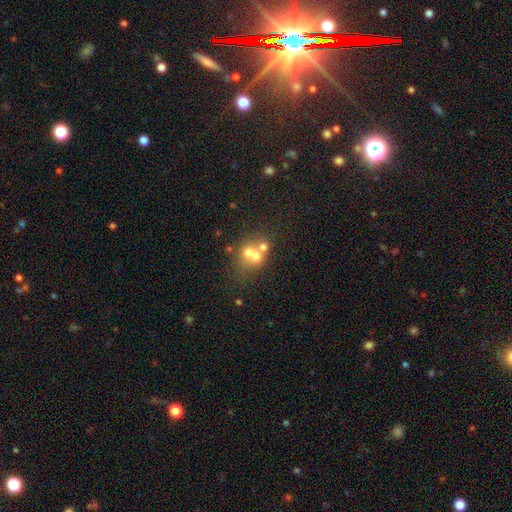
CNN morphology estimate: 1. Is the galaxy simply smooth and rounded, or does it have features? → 54% smooth, 30% featured or disk, 16% star or artifact.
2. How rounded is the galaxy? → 73% round, 26% in between, 1% cigar-shaped.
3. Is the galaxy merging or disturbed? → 57% merger, 31% none, 7% minor disturbance, 5% major disturbance.